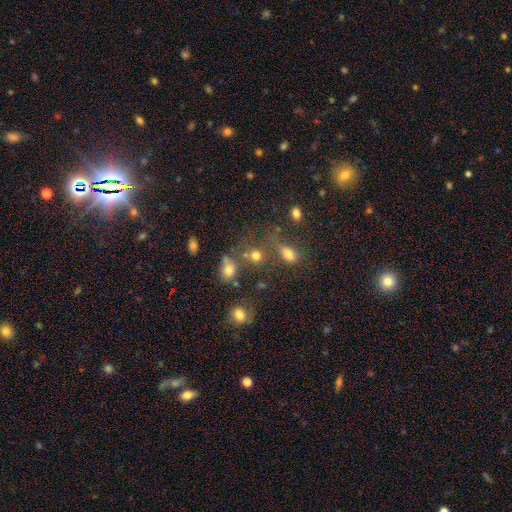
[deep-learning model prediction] The model was most divided on "merging": none: 52%, merger: 27%, minor disturbance: 13%, major disturbance: 8%. More confident: how rounded — round (74%); smooth or featured — smooth (73%).